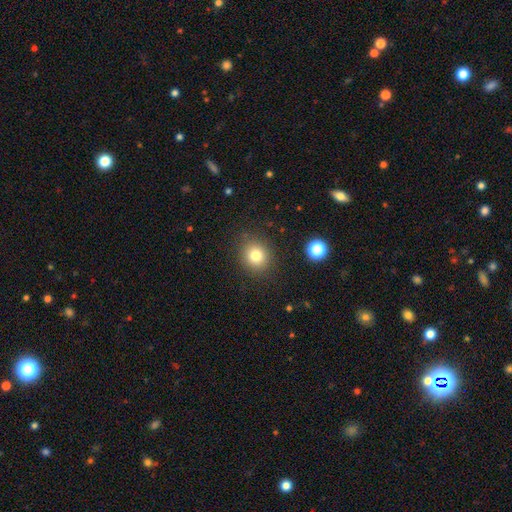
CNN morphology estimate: Smooth or featured?
  - smooth: 79% *
  - star or artifact: 13%
  - featured or disk: 8%
How rounded?
  - round: 84% *
  - in between: 15%
  - cigar-shaped: 1%
Merging?
  - none: 87% *
  - minor disturbance: 8%
  - major disturbance: 3%
  - merger: 2%